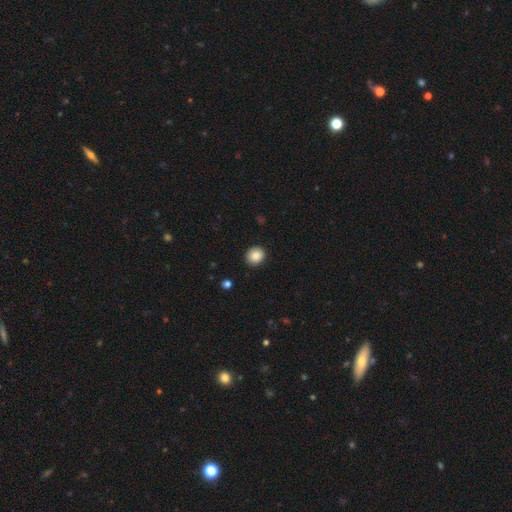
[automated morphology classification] Q: Smooth or featured?
A: smooth (87%); runner-up: star or artifact (9%)
Q: How rounded?
A: round (77%); runner-up: in between (22%)
Q: Merging?
A: none (91%); runner-up: minor disturbance (6%)